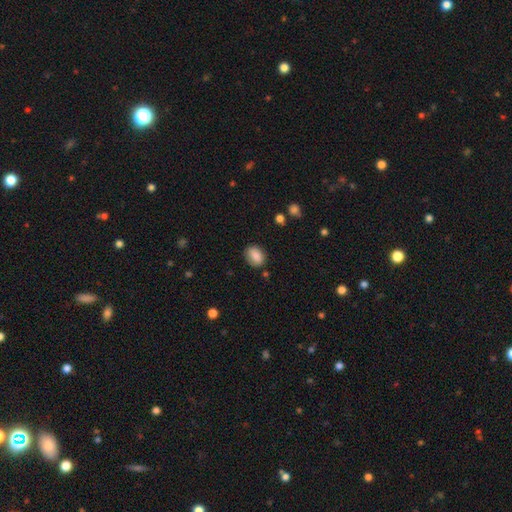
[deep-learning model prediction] Smooth or featured: smooth — 86% (star or artifact — 8%)
How rounded: in between — 64% (round — 35%)
Merging: none — 78% (minor disturbance — 16%)